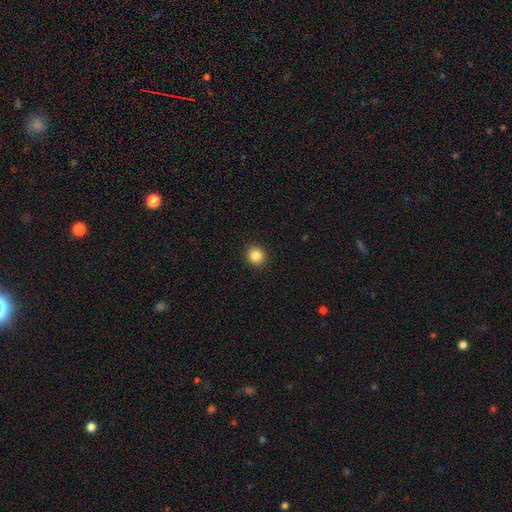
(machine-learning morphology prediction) Smooth or featured?
  - smooth: 86% *
  - star or artifact: 10%
  - featured or disk: 4%
How rounded?
  - round: 92% *
  - in between: 7%
  - cigar-shaped: 1%
Merging?
  - none: 93% *
  - minor disturbance: 4%
  - major disturbance: 2%
  - merger: 1%